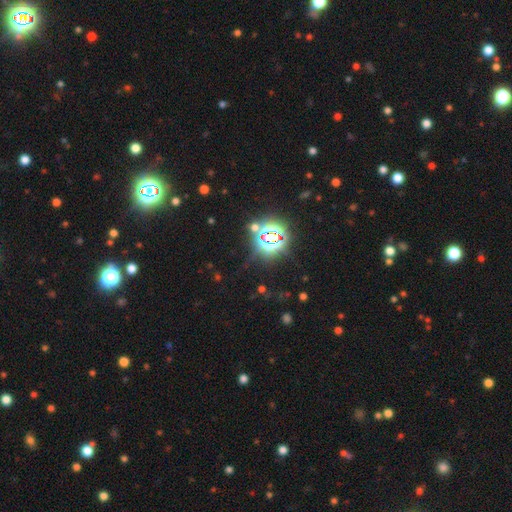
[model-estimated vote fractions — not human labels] This appears to be a star or artifact, not a galaxy (80%).